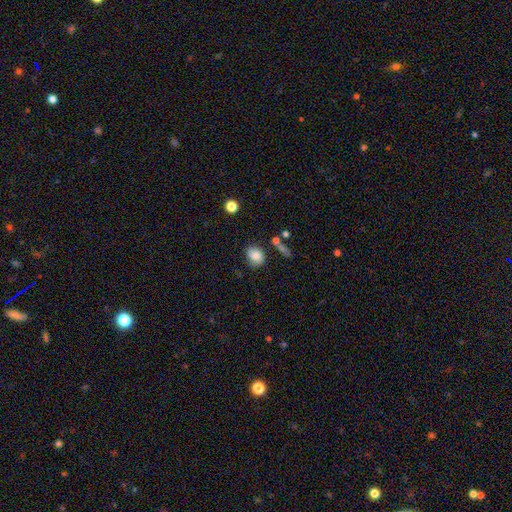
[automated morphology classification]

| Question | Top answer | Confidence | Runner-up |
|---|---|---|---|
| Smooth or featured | smooth | 76% | featured or disk (14%) |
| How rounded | round | 54% | in between (45%) |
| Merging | none | 65% | minor disturbance (22%) |